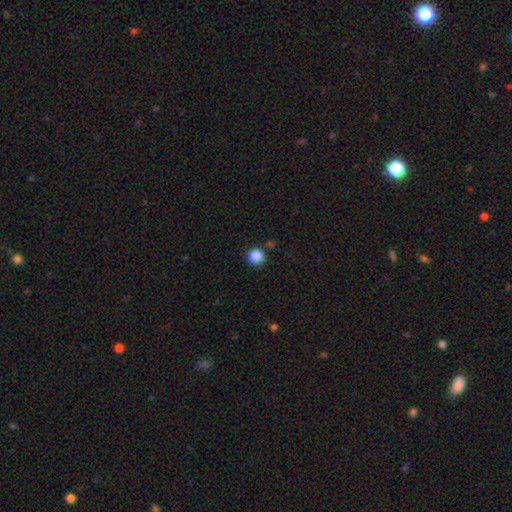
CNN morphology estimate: This is clearly a smooth galaxy (86%). How rounded: clearly round (93%). Merging: clearly none (84%).